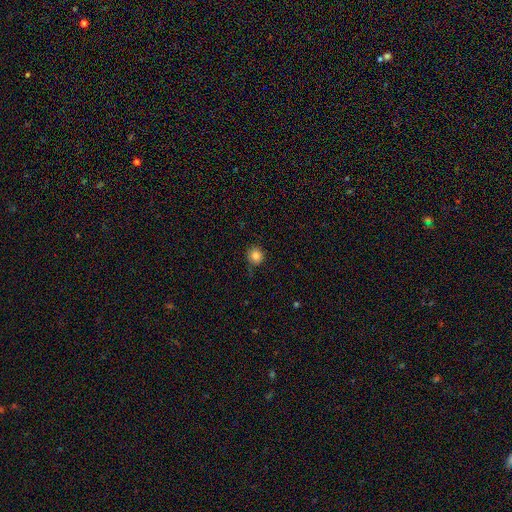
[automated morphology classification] Overall: smooth (84%). How rounded: round (89%). Merging: none (82%).